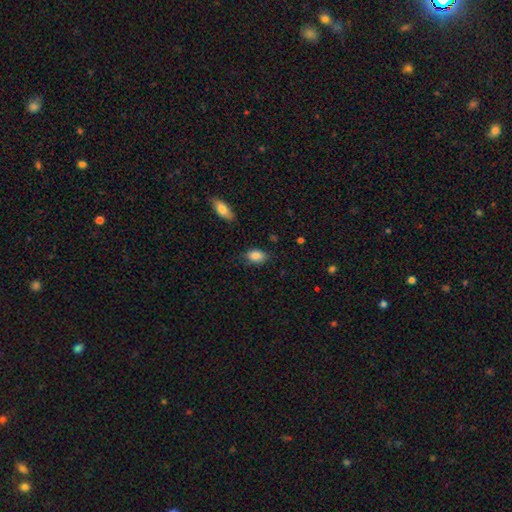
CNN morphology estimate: This is clearly a smooth galaxy (86%). How rounded: clearly in between (86%). Merging: likely none (75%).